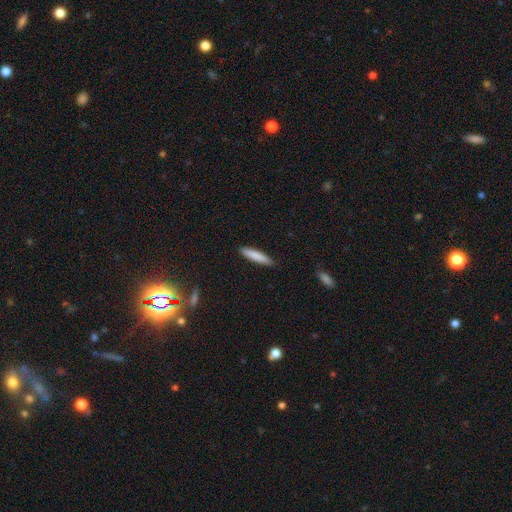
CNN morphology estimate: The model was most divided on "smooth or featured": smooth: 83%, featured or disk: 11%, star or artifact: 6%. More confident: merging — none (89%); how rounded — cigar-shaped (87%).